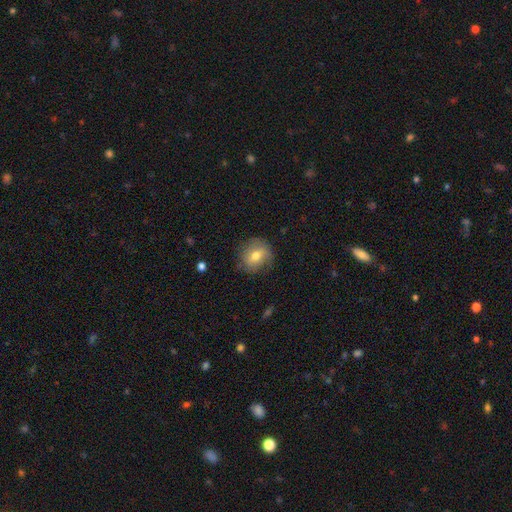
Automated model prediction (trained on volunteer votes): smooth 63%, featured or disk 29%, star or artifact 9%. Down the decision tree: how rounded — round (71%); merging — none (70%).